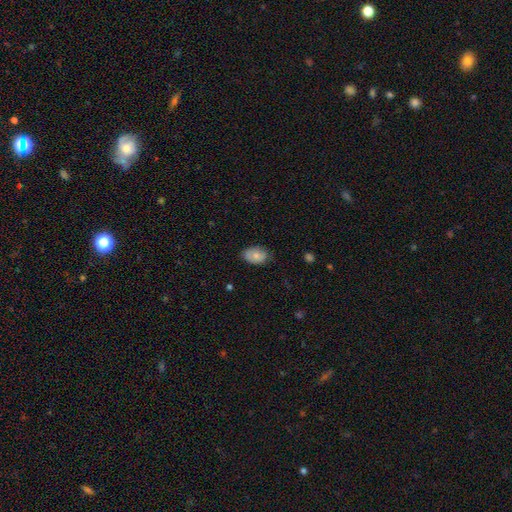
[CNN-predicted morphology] The model was most divided on "merging": none: 75%, minor disturbance: 21%, major disturbance: 3%, merger: 1%. More confident: how rounded — in between (86%); smooth or featured — smooth (76%).